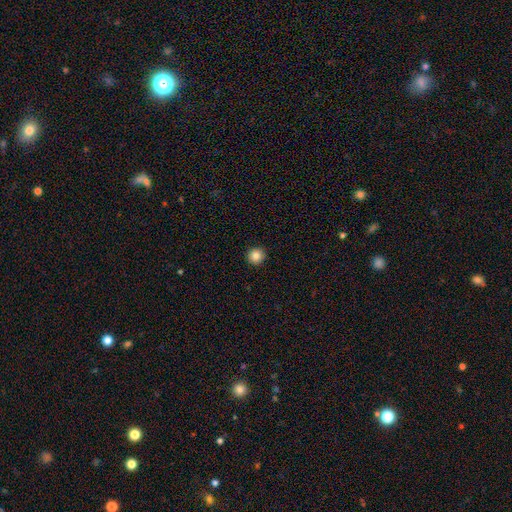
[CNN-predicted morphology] Smooth or featured: smooth — 85% (star or artifact — 10%)
How rounded: round — 94% (in between — 5%)
Merging: none — 93% (minor disturbance — 4%)